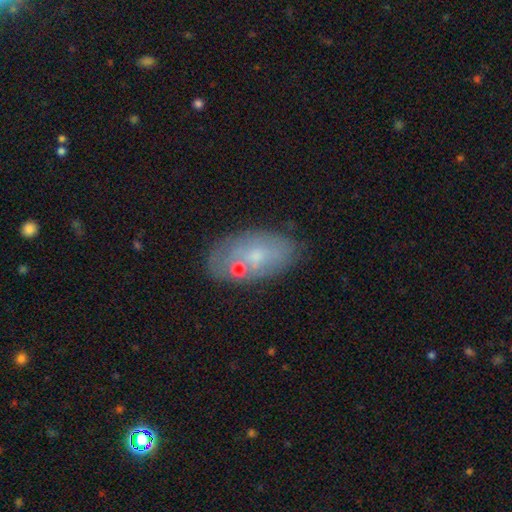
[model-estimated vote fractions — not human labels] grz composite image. It shows a smooth galaxy with no disk features (53%) that is in between round and cigar-shaped (92%). Merging: none (63%).